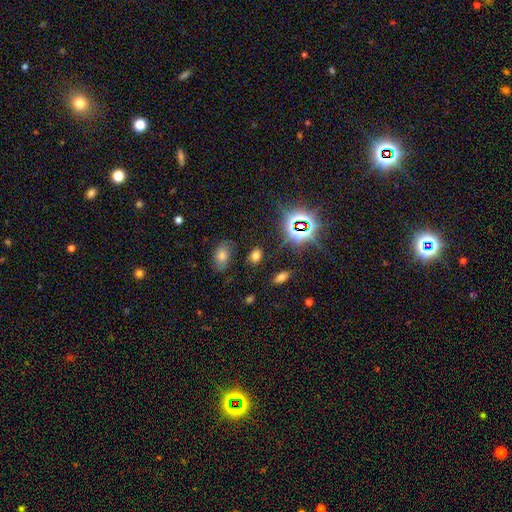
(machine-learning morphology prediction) Smooth or featured: smooth — 58% (star or artifact — 33%)
How rounded: in between — 84% (round — 14%)
Merging: none — 80% (minor disturbance — 12%)